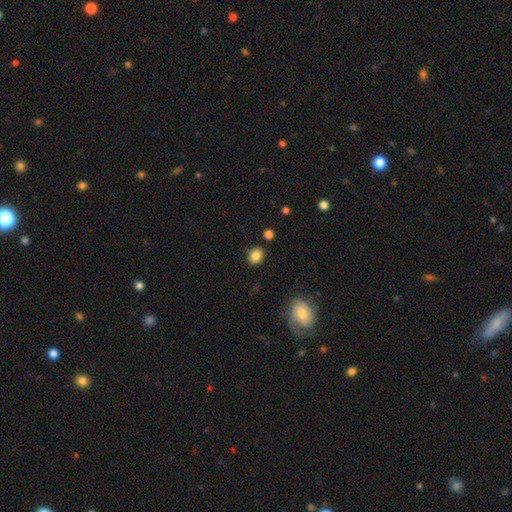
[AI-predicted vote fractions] Smooth or featured? Predicted: smooth (p=0.84). How rounded? Predicted: round (p=0.60). Merging? Predicted: none (p=0.81).